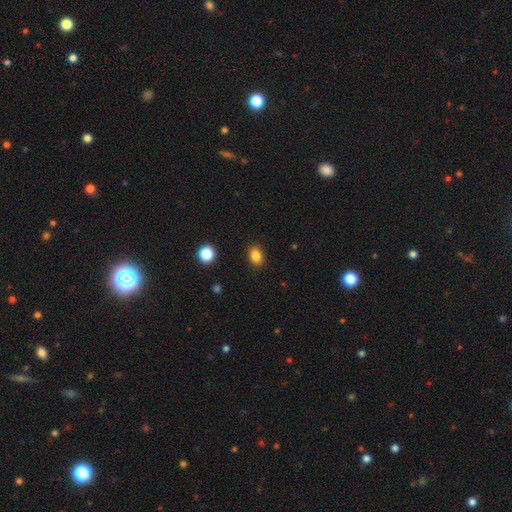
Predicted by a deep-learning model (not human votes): Smooth or featured: smooth — 85% (star or artifact — 11%)
How rounded: in between — 67% (round — 32%)
Merging: none — 89% (minor disturbance — 8%)